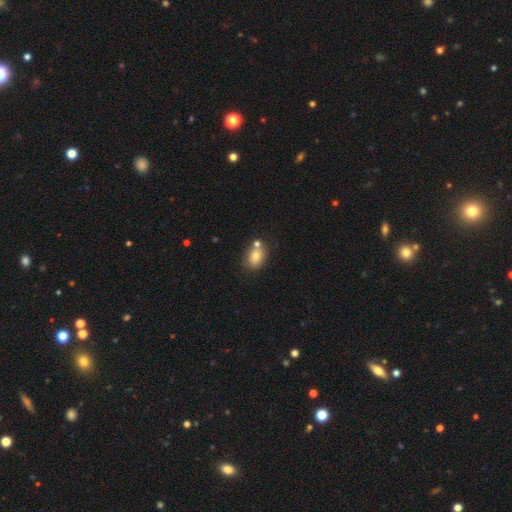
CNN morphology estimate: Smooth or featured? Predicted: smooth (p=0.78). How rounded? Predicted: in between (p=0.72). Merging? Predicted: none (p=0.63).